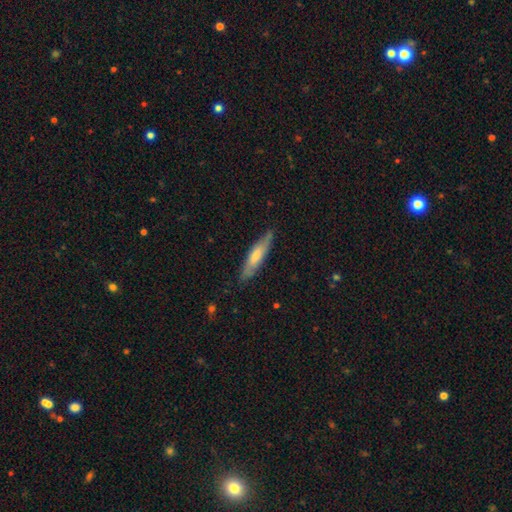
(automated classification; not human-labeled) smooth 56%, featured or disk 39%, star or artifact 6%. Down the decision tree: how rounded — cigar-shaped (78%); merging — none (80%).